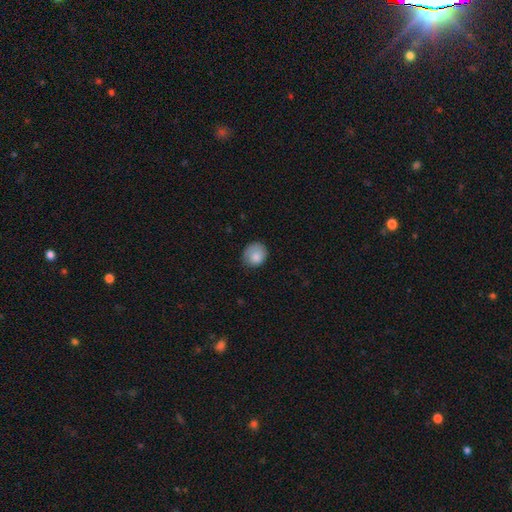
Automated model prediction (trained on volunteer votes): Q: Smooth or featured?
A: smooth (82%); runner-up: featured or disk (11%)
Q: How rounded?
A: round (68%); runner-up: in between (31%)
Q: Merging?
A: none (67%); runner-up: minor disturbance (25%)